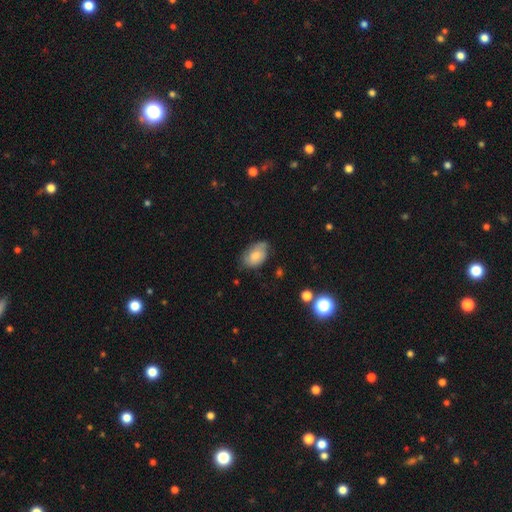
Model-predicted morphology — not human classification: A smooth galaxy with no disk features (71%) that is in between round and cigar-shaped (87%).

Vote fractions:
- Smooth or featured? smooth: 71% / featured or disk: 21% / star or artifact: 8%
- How rounded? in between: 87% / round: 12% / cigar-shaped: 1%
- Merging? none: 59% / minor disturbance: 31% / major disturbance: 7% / merger: 2%